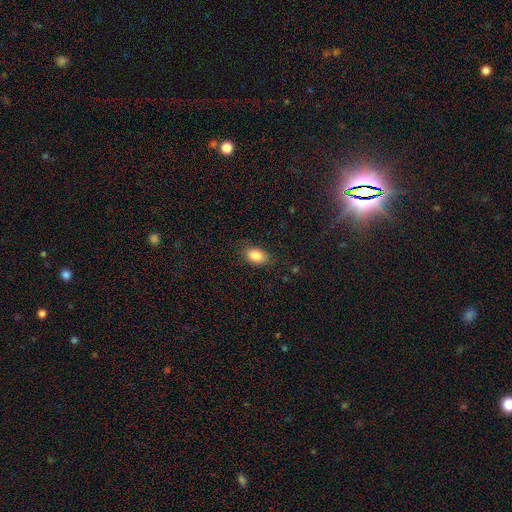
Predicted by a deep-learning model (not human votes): Smooth or featured: smooth — 85% (star or artifact — 8%)
How rounded: in between — 85% (round — 13%)
Merging: none — 82% (minor disturbance — 14%)